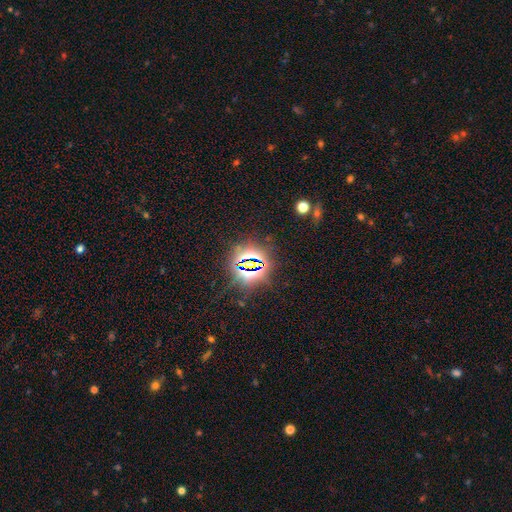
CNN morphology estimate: A star or artifact, not a galaxy (81%).